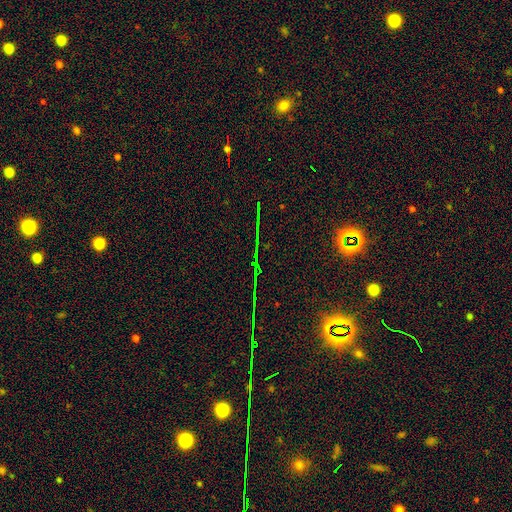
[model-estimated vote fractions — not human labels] smooth_or_featured: star or artifact (p=0.79) [alt: featured or disk p=0.12]